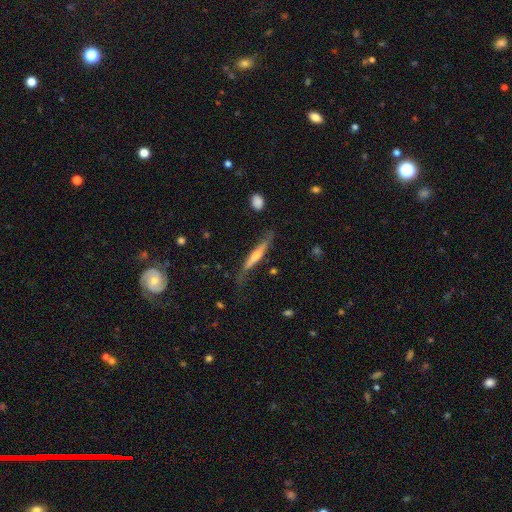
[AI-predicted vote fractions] A featured or disk galaxy (56%) viewed edge-on (90%) with a rounded central bulge (64%). Merging: none (67%).